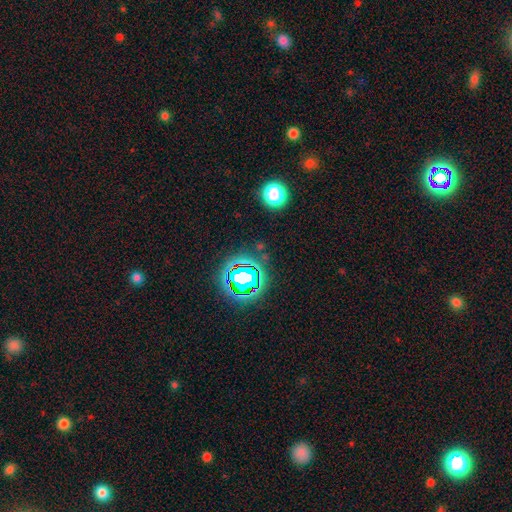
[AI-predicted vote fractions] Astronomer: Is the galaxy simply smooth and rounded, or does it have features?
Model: star or artifact — 72%.